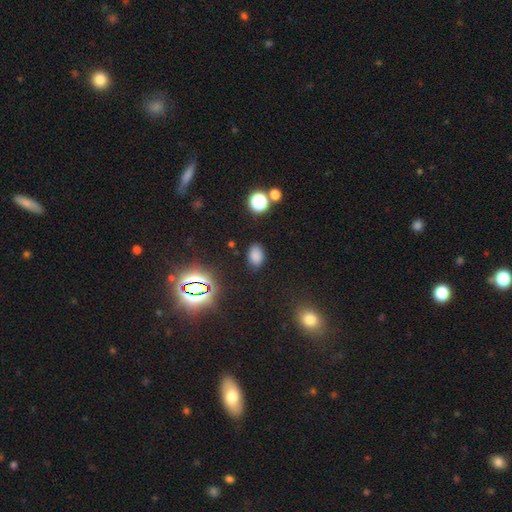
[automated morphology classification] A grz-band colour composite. It shows a smooth galaxy with no disk features (75%) that is in between round and cigar-shaped (83%). Merging: none (83%).